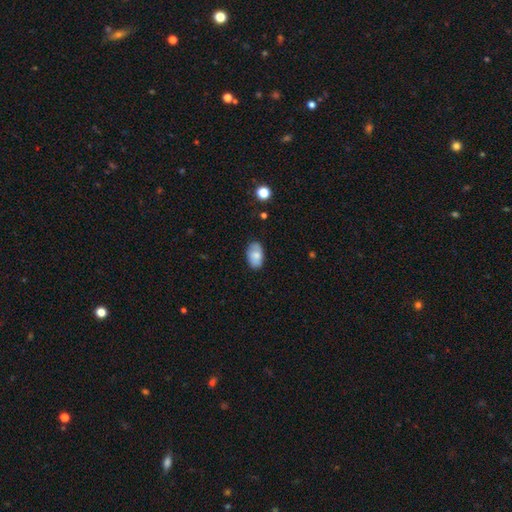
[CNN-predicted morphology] A smooth galaxy with no disk features (77%) that is in between round and cigar-shaped (92%). Merging: none (79%).